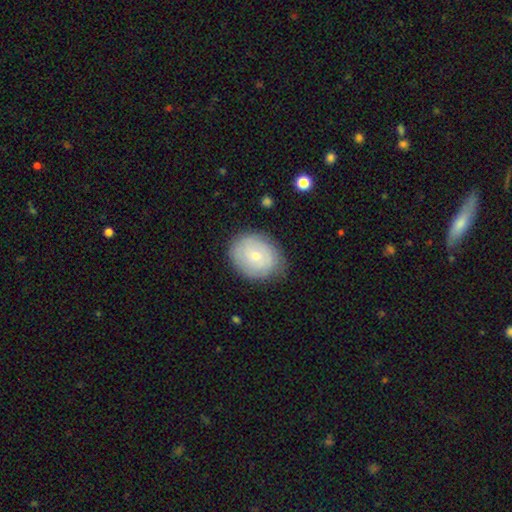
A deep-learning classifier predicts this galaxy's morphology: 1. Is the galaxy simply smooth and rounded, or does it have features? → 58% smooth, 35% featured or disk, 7% star or artifact.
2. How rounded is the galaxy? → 54% round, 46% in between, 1% cigar-shaped.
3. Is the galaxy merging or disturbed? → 76% none, 18% minor disturbance, 5% major disturbance, 1% merger.